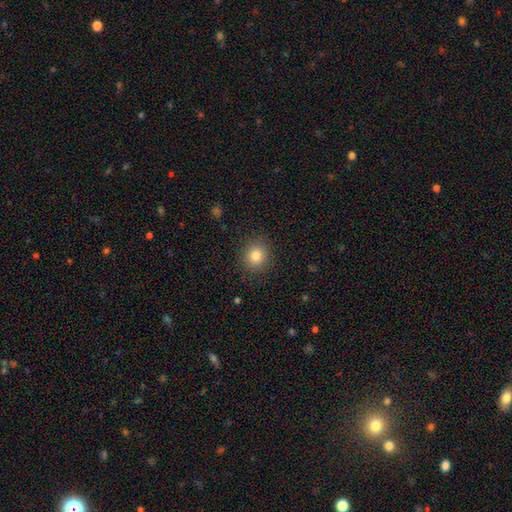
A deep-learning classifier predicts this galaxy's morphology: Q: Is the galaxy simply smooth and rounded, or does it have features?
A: smooth — 82%.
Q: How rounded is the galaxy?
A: round — 84%.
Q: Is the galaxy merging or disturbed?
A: none — 89%.